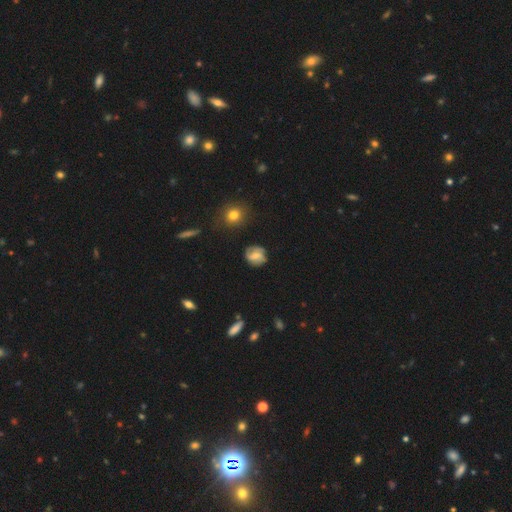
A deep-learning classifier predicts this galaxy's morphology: featured or disk 55%, smooth 37%, star or artifact 8%. Down the decision tree: edge-on disk — no (97%); bar — weak (49%); spiral arms — yes (85%); bulge size — moderate (42%); merging — none (76%).